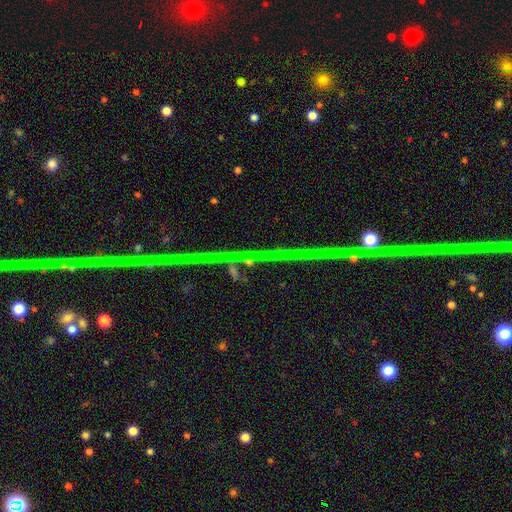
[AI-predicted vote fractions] A star or artifact, not a galaxy (76%).

Vote fractions:
- Smooth or featured? star or artifact: 76% / featured or disk: 16% / smooth: 7%